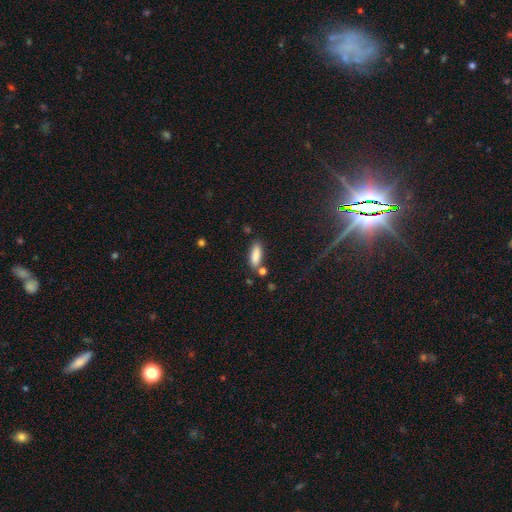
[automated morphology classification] Smooth or featured: smooth — 86% (star or artifact — 7%)
How rounded: in between — 64% (cigar-shaped — 33%)
Merging: none — 72% (minor disturbance — 15%)